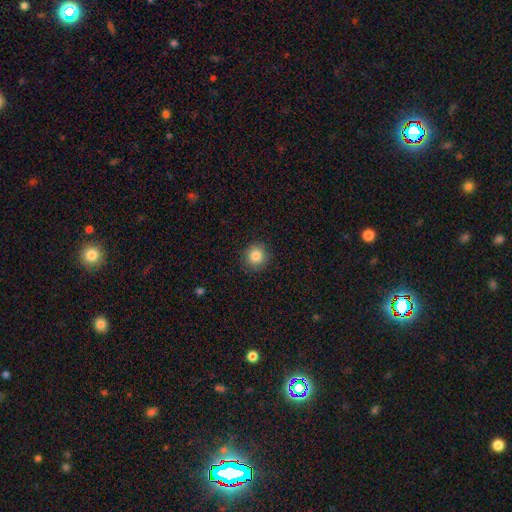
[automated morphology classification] This is clearly a smooth galaxy (84%). How rounded: clearly round (92%). Merging: clearly none (90%).